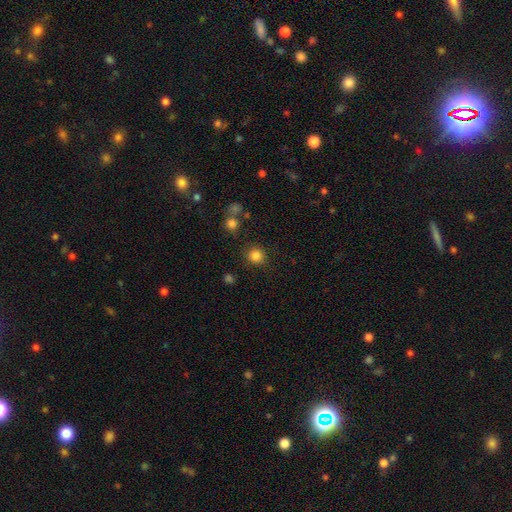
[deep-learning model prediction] This appears to be a smooth galaxy with no disk features (83%) that is round (91%). Merging: none (86%).